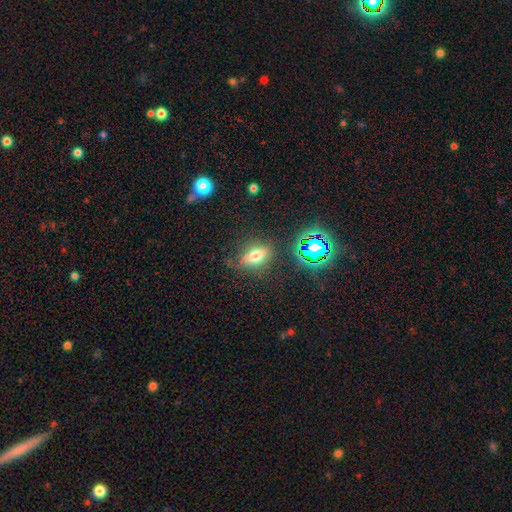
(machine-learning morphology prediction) Smooth or featured?
  - smooth: 60% *
  - featured or disk: 21%
  - star or artifact: 19%
How rounded?
  - in between: 77% *
  - cigar-shaped: 12%
  - round: 11%
Merging?
  - none: 72% *
  - minor disturbance: 18%
  - major disturbance: 7%
  - merger: 3%